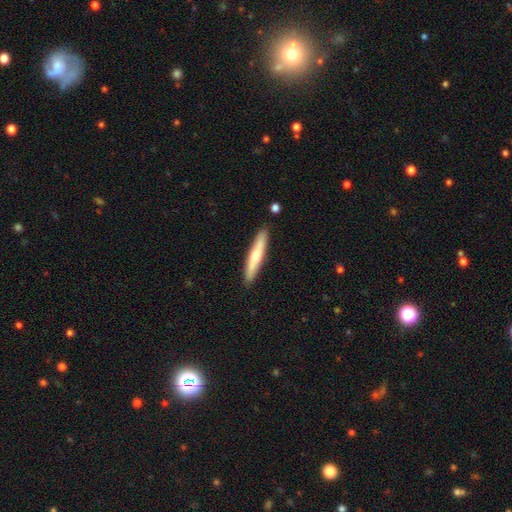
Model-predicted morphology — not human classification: Smooth or featured: smooth — 59% (featured or disk — 35%)
How rounded: cigar-shaped — 90% (in between — 8%)
Merging: none — 89% (minor disturbance — 8%)